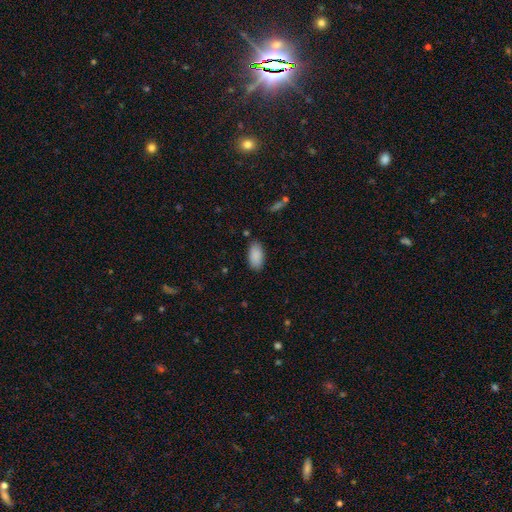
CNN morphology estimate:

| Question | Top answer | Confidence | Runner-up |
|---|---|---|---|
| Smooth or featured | smooth | 90% | star or artifact (6%) |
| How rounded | in between | 94% | cigar-shaped (3%) |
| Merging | none | 84% | minor disturbance (12%) |